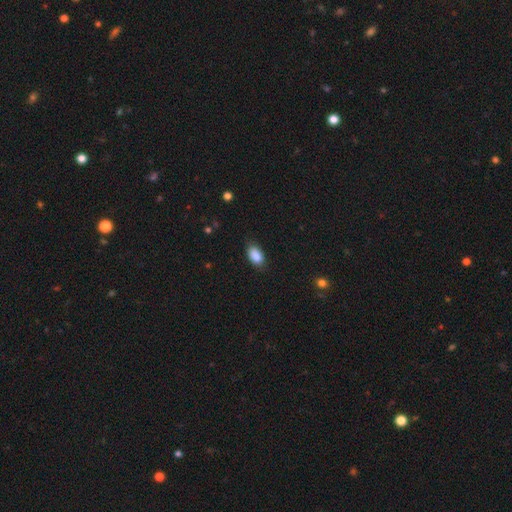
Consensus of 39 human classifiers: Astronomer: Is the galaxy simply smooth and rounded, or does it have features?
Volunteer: smooth — 92%.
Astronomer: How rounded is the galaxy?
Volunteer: in between — 89%.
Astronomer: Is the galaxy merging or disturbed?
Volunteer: none — 86%.